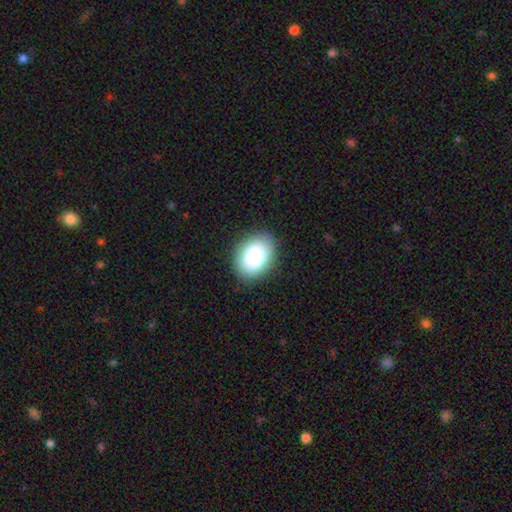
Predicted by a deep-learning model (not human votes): Smooth or featured?
  - smooth: 86% *
  - star or artifact: 8%
  - featured or disk: 6%
How rounded?
  - in between: 71% *
  - round: 28%
  - cigar-shaped: 1%
Merging?
  - none: 86% *
  - minor disturbance: 10%
  - major disturbance: 3%
  - merger: 1%